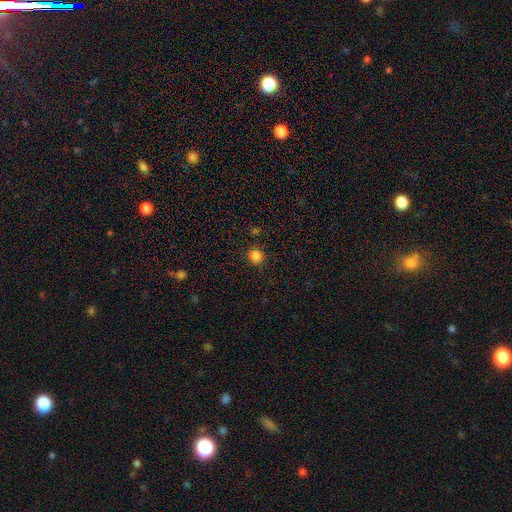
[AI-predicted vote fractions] Smooth or featured: smooth — 84% (star or artifact — 13%)
How rounded: round — 92% (in between — 8%)
Merging: none — 88% (minor disturbance — 7%)